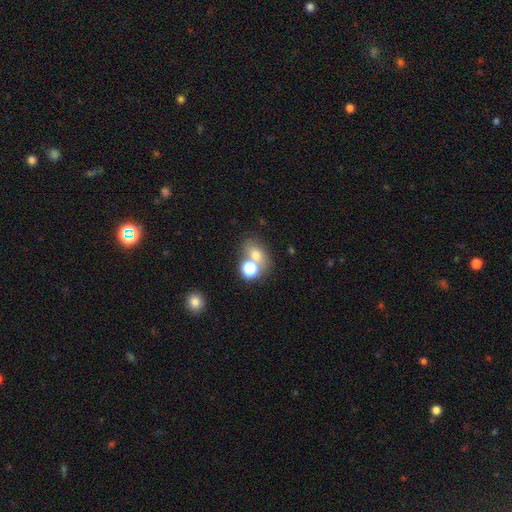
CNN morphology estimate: Smooth or featured: smooth — 67% (star or artifact — 18%)
How rounded: round — 51% (in between — 48%)
Merging: none — 48% (merger — 37%)